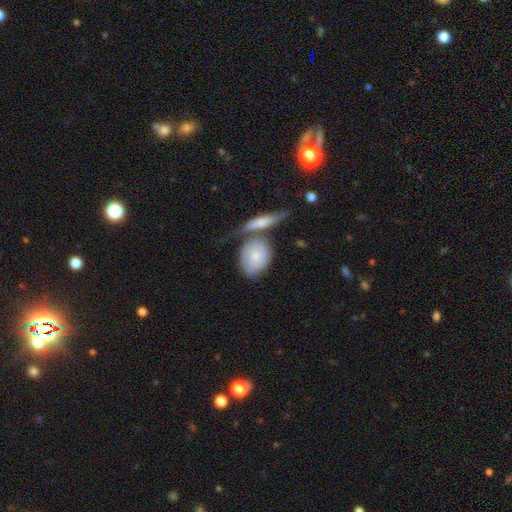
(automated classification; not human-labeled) Smooth or featured? smooth (60%)
How rounded? in between (55%)
Merging? none (38%)